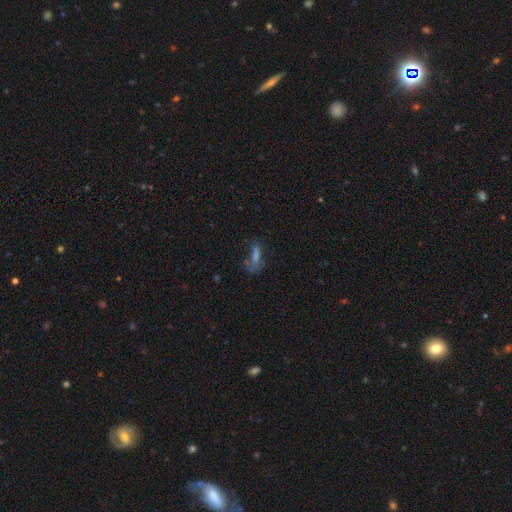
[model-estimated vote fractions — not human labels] Overall: smooth (42%; featured or disk 29%). Merging: none (43%; major disturbance 29%).